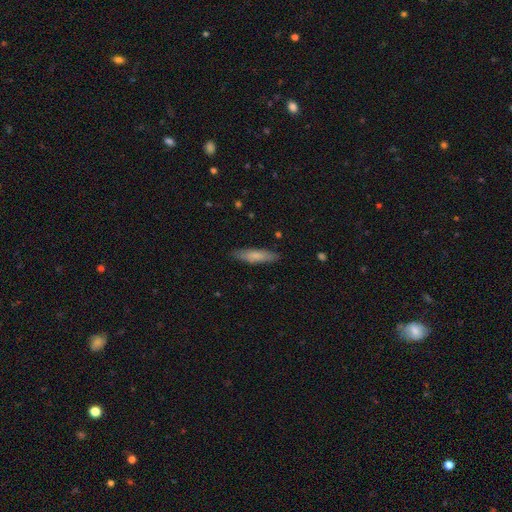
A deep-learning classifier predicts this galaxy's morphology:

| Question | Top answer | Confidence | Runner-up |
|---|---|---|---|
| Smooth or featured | smooth | 76% | featured or disk (18%) |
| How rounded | cigar-shaped | 72% | in between (27%) |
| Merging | none | 85% | minor disturbance (12%) |